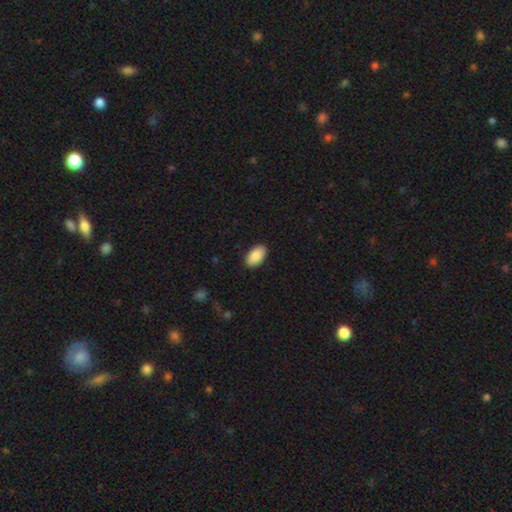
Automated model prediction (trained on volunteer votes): Morphology: type=smooth (90%); roundness=in between (95%); merging=none (90%).